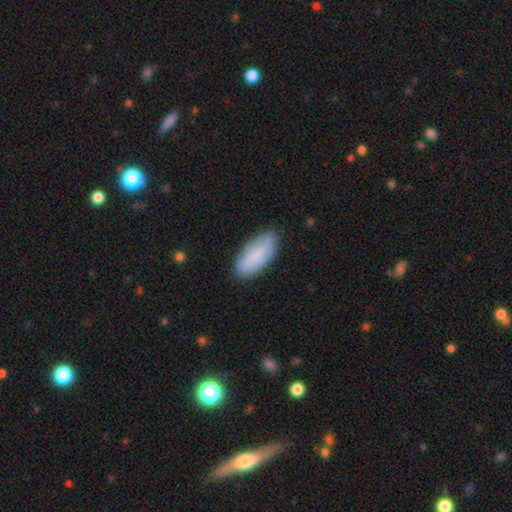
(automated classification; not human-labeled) smooth_or_featured: smooth (p=0.77) [alt: featured or disk p=0.17]
how_rounded: in between (p=0.83) [alt: cigar-shaped p=0.15]
merging: none (p=0.79) [alt: minor disturbance p=0.16]